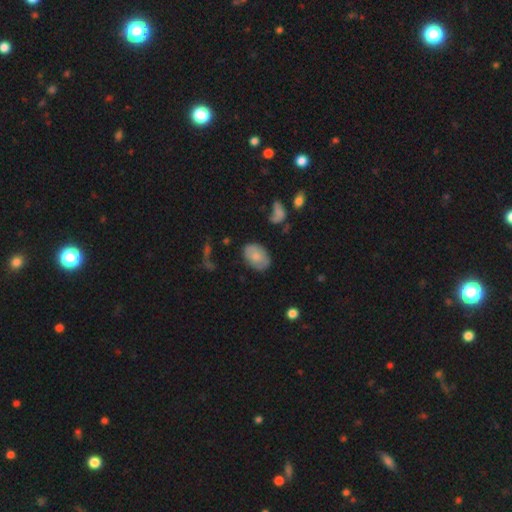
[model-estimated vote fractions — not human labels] Overall: smooth (72%). How rounded: in between (84%). Merging: none (73%).